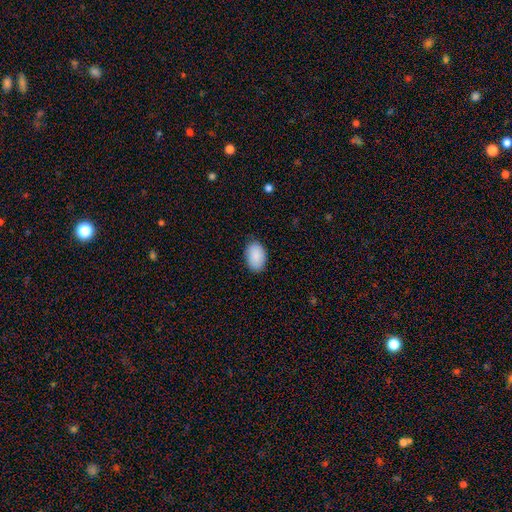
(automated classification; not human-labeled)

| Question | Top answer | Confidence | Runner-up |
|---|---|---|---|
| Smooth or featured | smooth | 90% | star or artifact (6%) |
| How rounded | in between | 92% | round (7%) |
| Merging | none | 84% | minor disturbance (12%) |